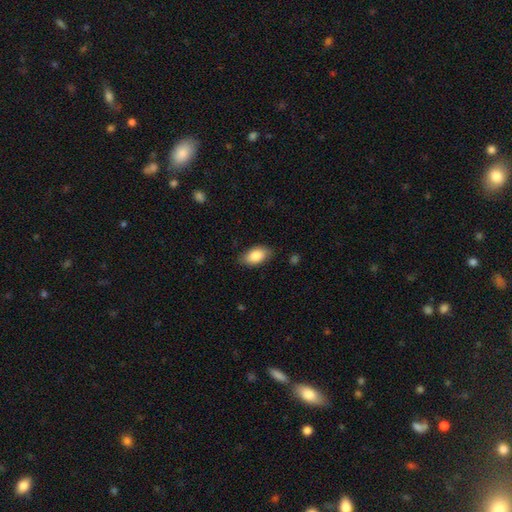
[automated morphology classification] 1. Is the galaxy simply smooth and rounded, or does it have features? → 87% smooth, 7% featured or disk, 6% star or artifact.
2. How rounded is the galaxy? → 93% in between, 4% round, 3% cigar-shaped.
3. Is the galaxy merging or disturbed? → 84% none, 13% minor disturbance, 3% major disturbance, 1% merger.